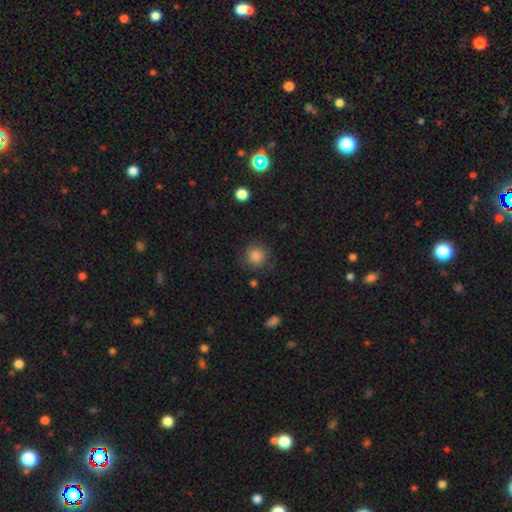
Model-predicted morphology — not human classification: Smooth or featured?
  - smooth: 84% *
  - star or artifact: 10%
  - featured or disk: 6%
How rounded?
  - round: 92% *
  - in between: 8%
  - cigar-shaped: 1%
Merging?
  - none: 83% *
  - minor disturbance: 12%
  - major disturbance: 4%
  - merger: 1%